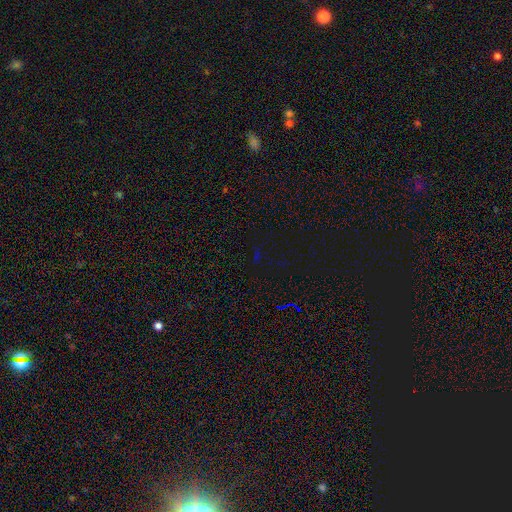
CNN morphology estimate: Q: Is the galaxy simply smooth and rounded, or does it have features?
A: star or artifact — 76%.